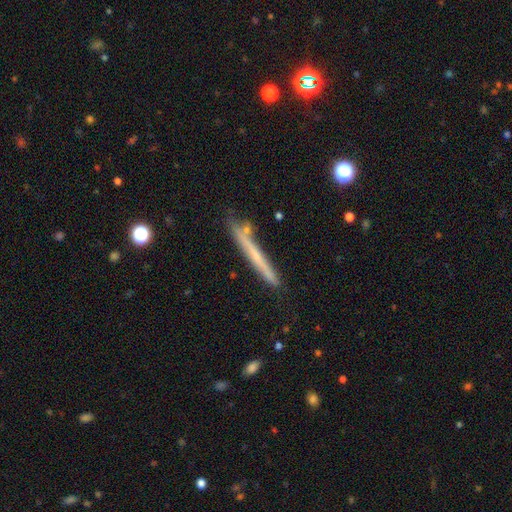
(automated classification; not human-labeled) Overall: featured or disk (48%; smooth 44%). Merging: none (77%).